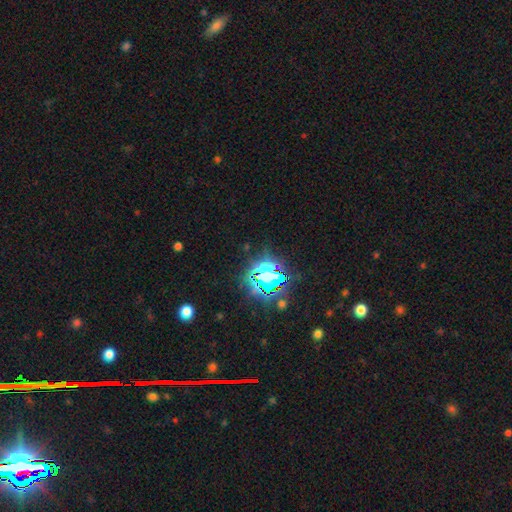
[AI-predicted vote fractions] A star or artifact, not a galaxy (82%).

Vote fractions:
- Smooth or featured? star or artifact: 82% / smooth: 11% / featured or disk: 7%